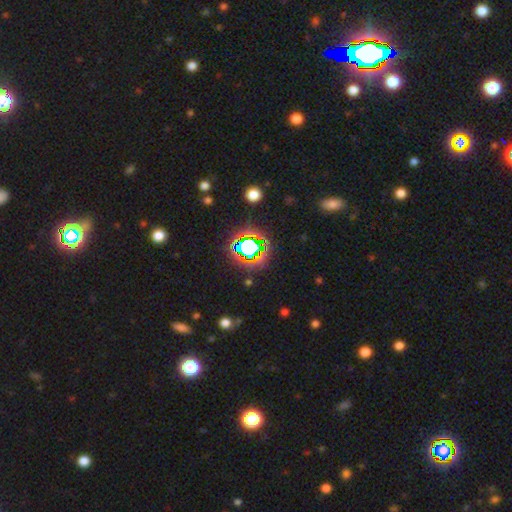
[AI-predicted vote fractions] Morphology: type=star or artifact (70%).